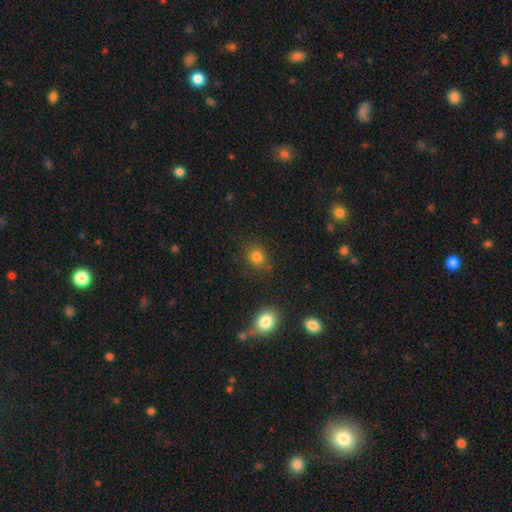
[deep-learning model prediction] Smooth or featured?
  - smooth: 82% *
  - star or artifact: 13%
  - featured or disk: 5%
How rounded?
  - round: 72% *
  - in between: 26%
  - cigar-shaped: 1%
Merging?
  - none: 81% *
  - minor disturbance: 11%
  - merger: 4%
  - major disturbance: 4%